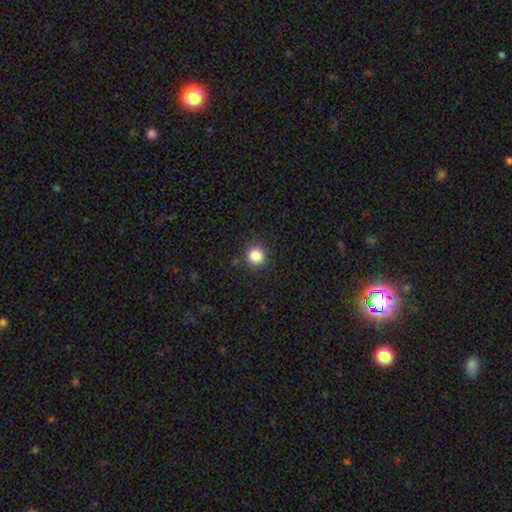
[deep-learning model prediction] A smooth galaxy with no disk features (85%) that is round (94%).

Vote fractions:
- Smooth or featured? smooth: 85% / star or artifact: 11% / featured or disk: 4%
- How rounded? round: 94% / in between: 5% / cigar-shaped: 1%
- Merging? none: 90% / minor disturbance: 6% / major disturbance: 2% / merger: 1%